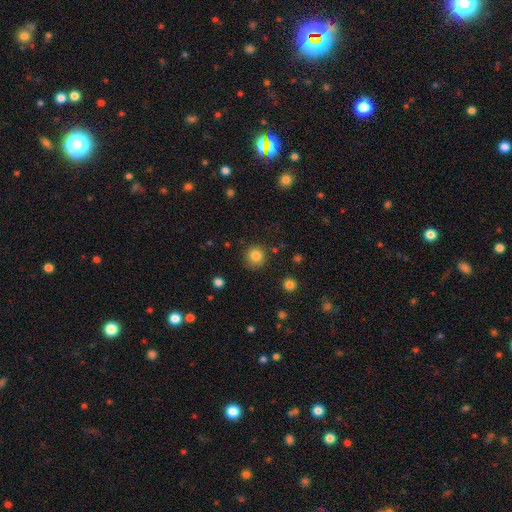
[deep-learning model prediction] Smooth or featured? Predicted: smooth (p=0.84). How rounded? Predicted: round (p=0.93). Merging? Predicted: none (p=0.87).